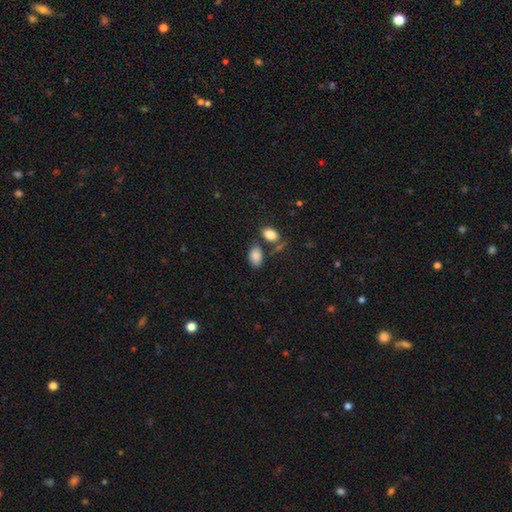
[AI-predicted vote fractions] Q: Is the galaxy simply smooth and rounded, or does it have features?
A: smooth — 87%.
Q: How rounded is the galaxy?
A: in between — 91%.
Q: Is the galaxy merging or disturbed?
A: none — 65%.